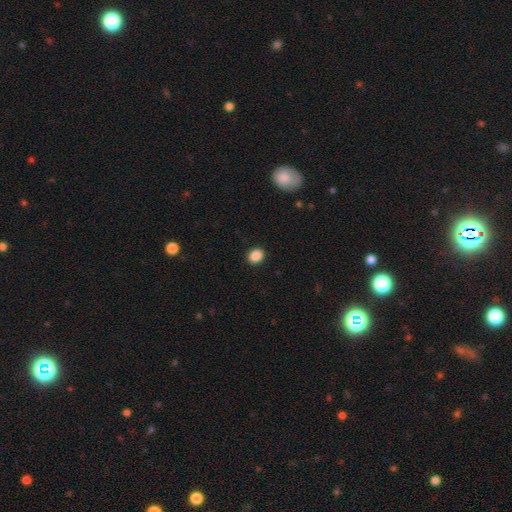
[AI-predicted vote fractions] This appears to be a smooth galaxy with no disk features (88%) that is round (57%). Merging: none (90%).